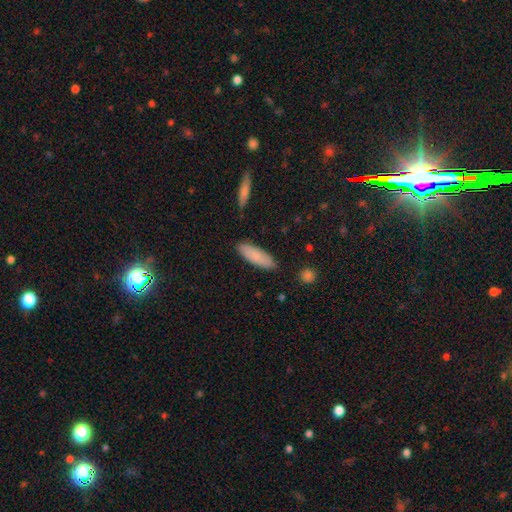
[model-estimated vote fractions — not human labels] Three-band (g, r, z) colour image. It shows a smooth galaxy with no disk features (82%) that is in between round and cigar-shaped (56%). Merging: none (85%).